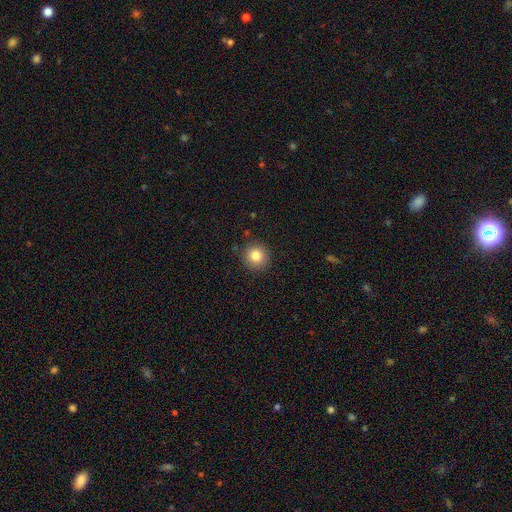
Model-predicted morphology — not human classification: This is clearly a smooth galaxy (83%). How rounded: clearly round (94%). Merging: clearly none (89%).